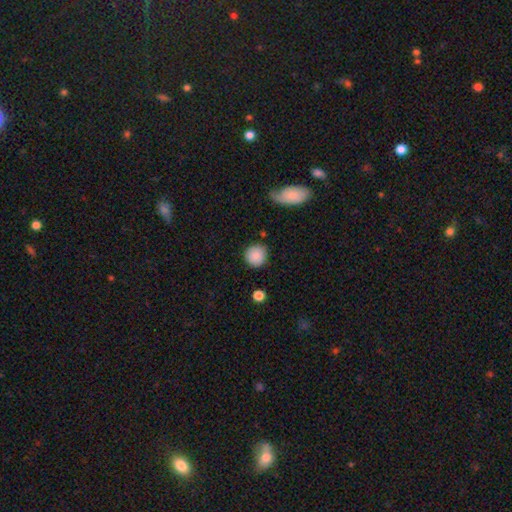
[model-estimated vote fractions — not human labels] Morphology: type=smooth (87%); roundness=round (92%); merging=none (84%).